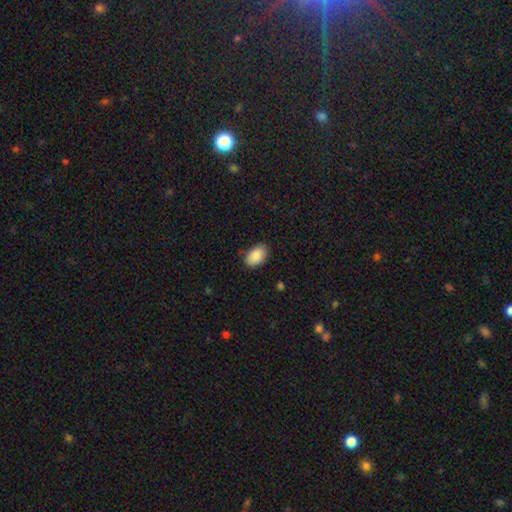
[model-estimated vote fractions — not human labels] Morphology: type=smooth (89%); roundness=in between (90%); merging=none (85%).